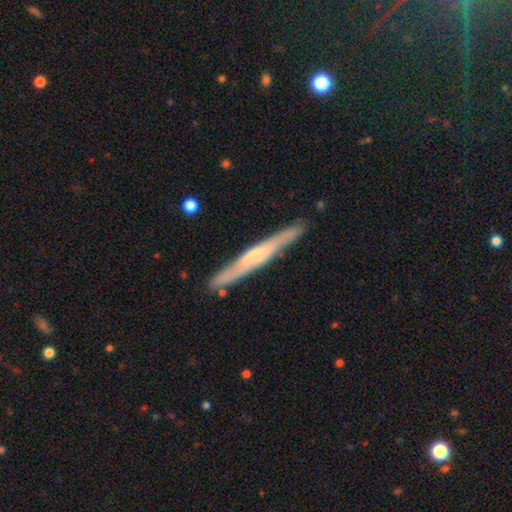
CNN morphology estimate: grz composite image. It shows a featured or disk galaxy (65%) viewed edge-on (93%) with a rounded central bulge (52%). Merging: none (87%).